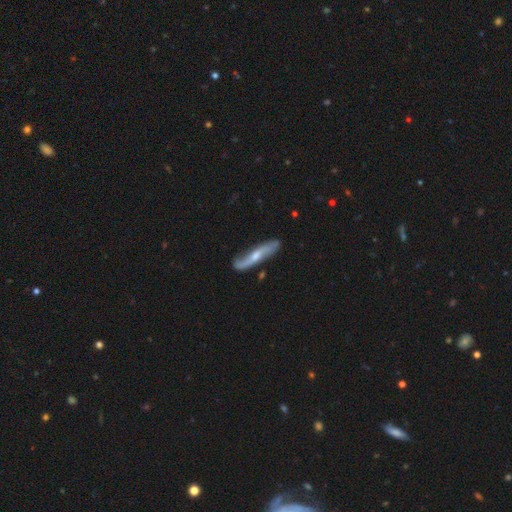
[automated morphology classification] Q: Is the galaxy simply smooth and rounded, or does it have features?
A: featured or disk — 73%.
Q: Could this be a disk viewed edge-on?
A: no — 66%.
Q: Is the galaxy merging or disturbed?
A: none — 76%.